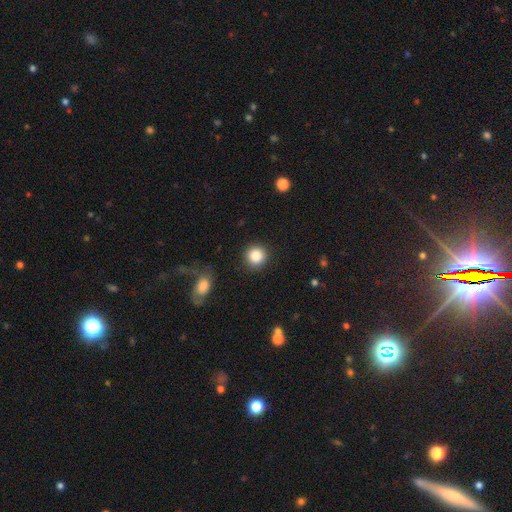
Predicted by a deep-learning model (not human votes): Smooth or featured?
  - smooth: 86% *
  - star or artifact: 10%
  - featured or disk: 4%
How rounded?
  - round: 93% *
  - in between: 6%
  - cigar-shaped: 1%
Merging?
  - none: 88% *
  - minor disturbance: 7%
  - major disturbance: 3%
  - merger: 2%